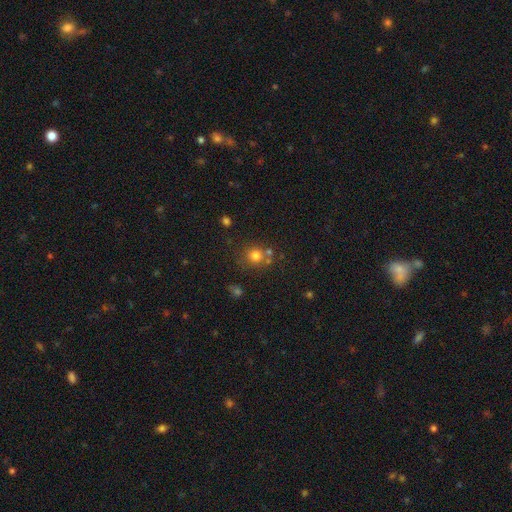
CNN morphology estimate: Overall: smooth (75%). How rounded: round (87%). Merging: none (67%).